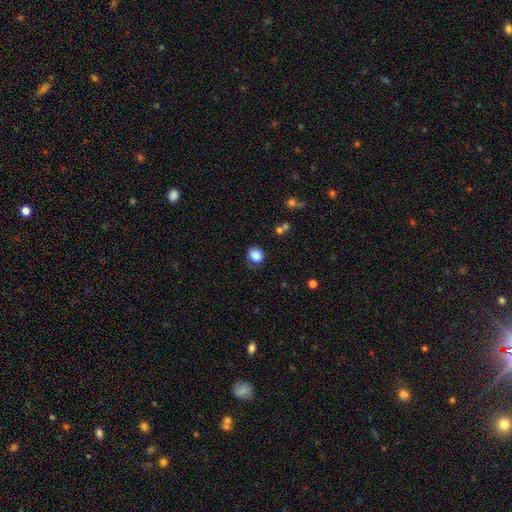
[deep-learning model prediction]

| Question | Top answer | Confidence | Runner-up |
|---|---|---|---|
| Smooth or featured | smooth | 85% | star or artifact (9%) |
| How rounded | round | 70% | in between (29%) |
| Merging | none | 69% | minor disturbance (22%) |